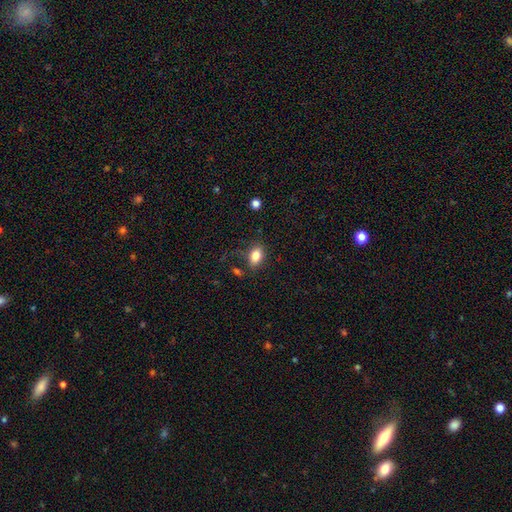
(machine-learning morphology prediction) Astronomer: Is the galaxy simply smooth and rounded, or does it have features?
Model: smooth — 84%.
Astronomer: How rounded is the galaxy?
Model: in between — 84%.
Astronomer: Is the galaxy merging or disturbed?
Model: none — 76%.